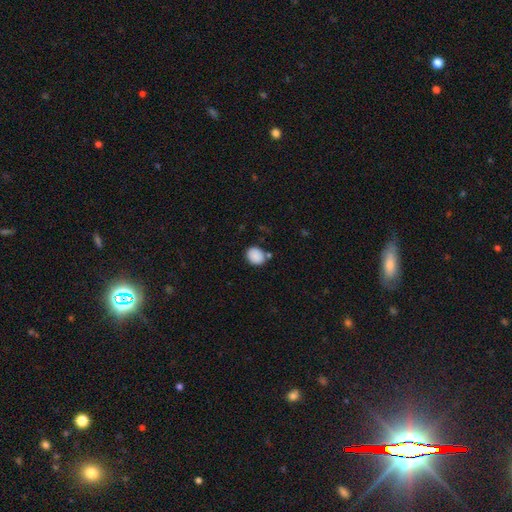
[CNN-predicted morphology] smooth_or_featured: smooth (p=0.88) [alt: star or artifact p=0.08]
how_rounded: round (p=0.57) [alt: in between p=0.42]
merging: none (p=0.72) [alt: minor disturbance p=0.16]